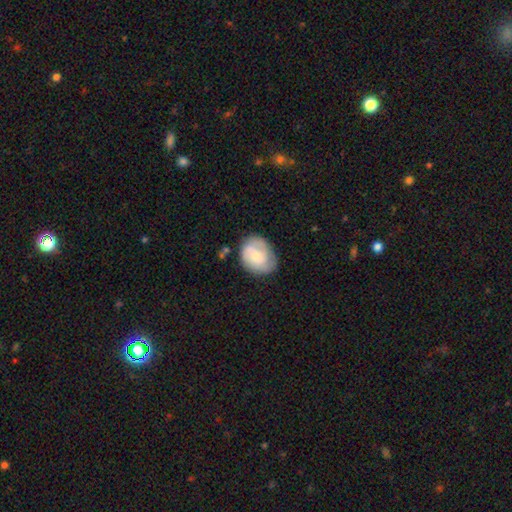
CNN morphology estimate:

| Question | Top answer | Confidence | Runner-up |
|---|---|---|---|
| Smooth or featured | smooth | 57% | featured or disk (36%) |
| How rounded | in between | 51% | round (48%) |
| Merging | none | 62% | minor disturbance (26%) |